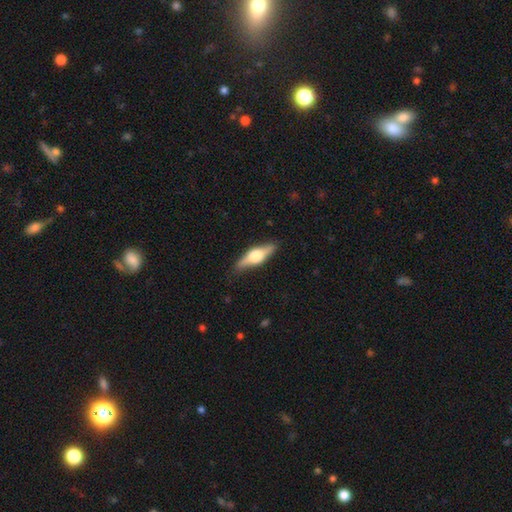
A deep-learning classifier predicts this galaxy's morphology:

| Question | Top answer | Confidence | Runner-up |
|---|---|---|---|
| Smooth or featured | featured or disk | 62% | smooth (32%) |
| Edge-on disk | yes | 95% | no (5%) |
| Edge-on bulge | rounded | 92% | boxy (6%) |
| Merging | none | 86% | minor disturbance (11%) |